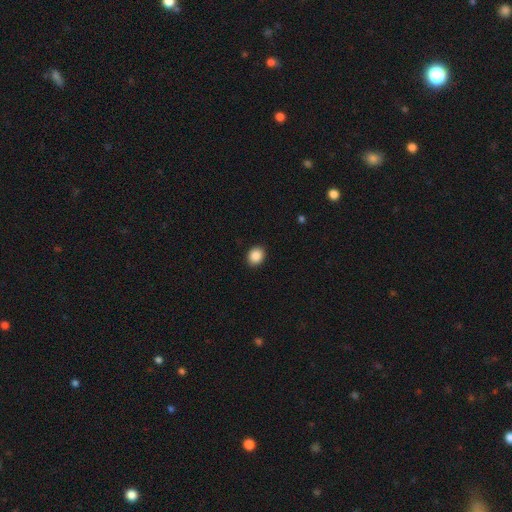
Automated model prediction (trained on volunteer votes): smooth_or_featured: smooth (p=0.88) [alt: star or artifact p=0.09]
how_rounded: round (p=0.55) [alt: in between p=0.44]
merging: none (p=0.91) [alt: minor disturbance p=0.06]